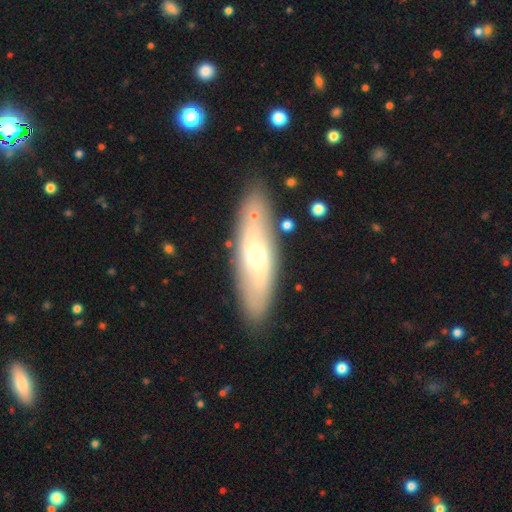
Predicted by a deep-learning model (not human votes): This appears to be a featured or disk galaxy (59%). Merging: none (84%).